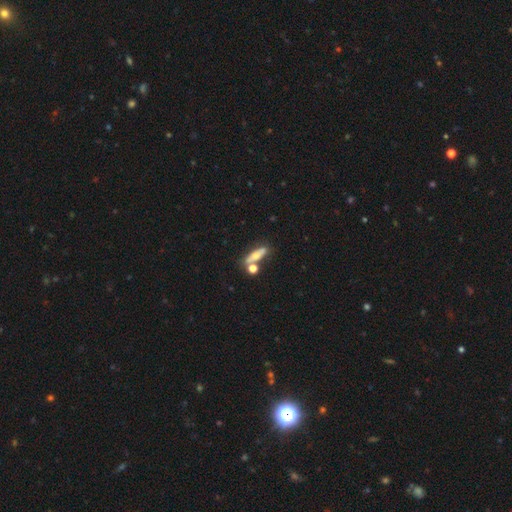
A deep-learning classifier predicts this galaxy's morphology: Overall: smooth (55%; featured or disk 35%). How rounded: cigar-shaped (57%; in between 34%). Merging: none (57%; merger 24%).